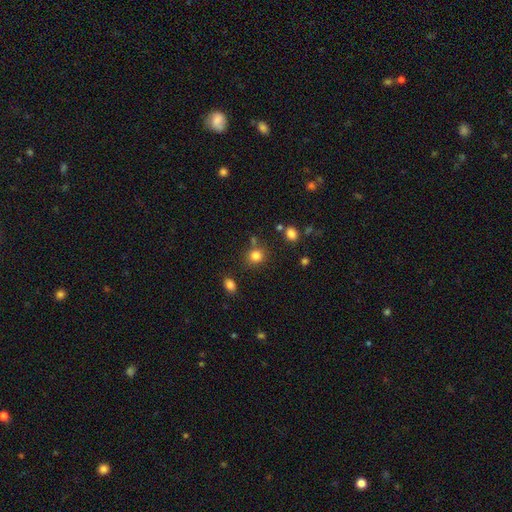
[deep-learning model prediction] smooth_or_featured: smooth (p=0.82) [alt: star or artifact p=0.13]
how_rounded: round (p=0.81) [alt: in between p=0.18]
merging: none (p=0.76) [alt: minor disturbance p=0.11]